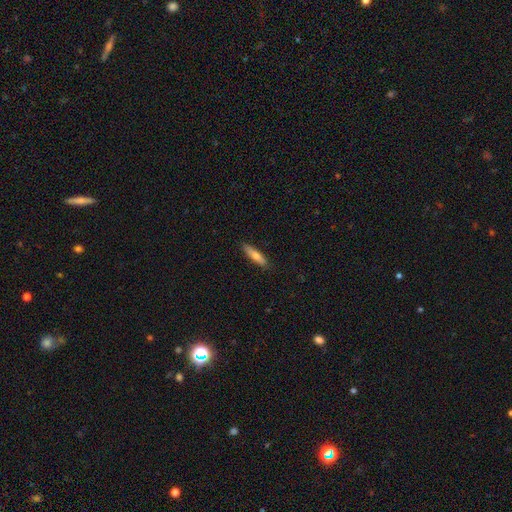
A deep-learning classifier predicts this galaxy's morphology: Overall: smooth (70%). How rounded: cigar-shaped (75%). Merging: none (86%).